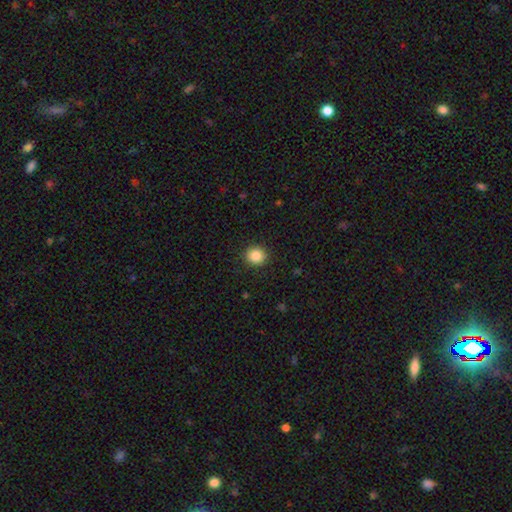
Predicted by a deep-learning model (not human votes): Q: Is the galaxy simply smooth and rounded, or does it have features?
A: smooth — 86%.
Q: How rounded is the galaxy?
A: round — 89%.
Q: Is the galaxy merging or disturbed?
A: none — 91%.